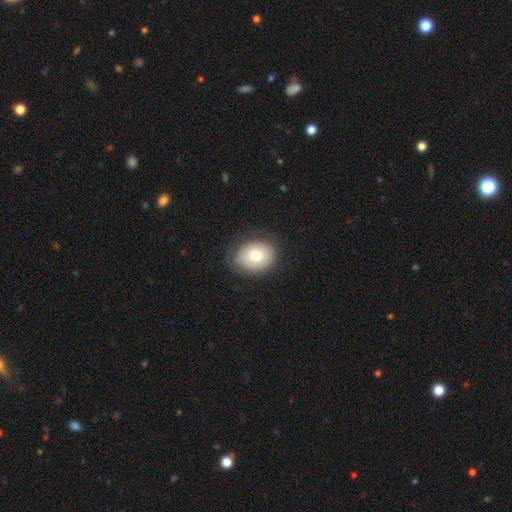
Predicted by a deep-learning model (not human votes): smooth_or_featured: smooth (p=0.71) [alt: featured or disk p=0.20]
how_rounded: round (p=0.54) [alt: in between p=0.45]
merging: none (p=0.77) [alt: minor disturbance p=0.16]